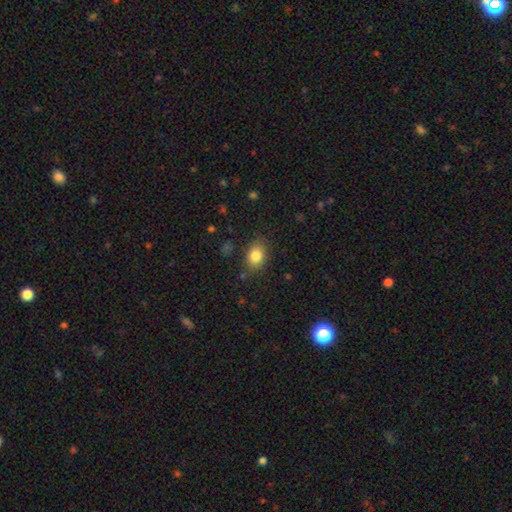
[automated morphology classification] This appears to be a smooth galaxy with no disk features (84%) that is in between round and cigar-shaped (70%). Merging: none (79%).